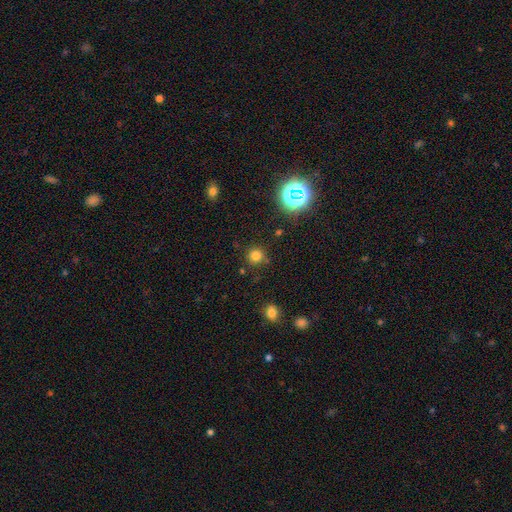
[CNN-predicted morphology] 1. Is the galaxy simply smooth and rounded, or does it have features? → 75% smooth, 19% star or artifact, 6% featured or disk.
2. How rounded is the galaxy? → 93% round, 6% in between, 1% cigar-shaped.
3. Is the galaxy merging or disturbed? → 85% none, 8% minor disturbance, 4% merger, 3% major disturbance.